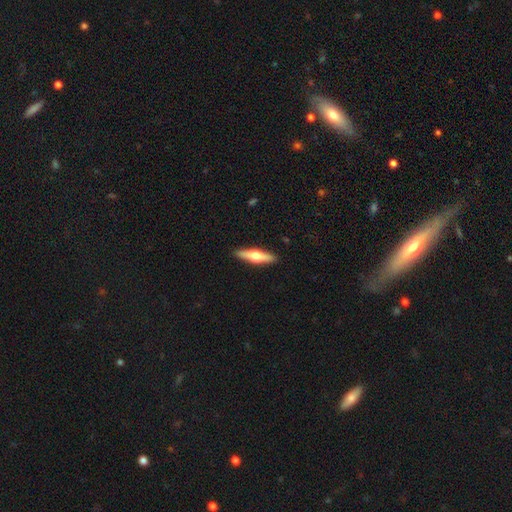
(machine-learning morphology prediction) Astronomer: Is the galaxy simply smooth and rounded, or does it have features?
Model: featured or disk — 54% (runner-up: smooth, 41%).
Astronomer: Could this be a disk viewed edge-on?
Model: yes — 96%.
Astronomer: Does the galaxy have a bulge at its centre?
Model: rounded — 93%.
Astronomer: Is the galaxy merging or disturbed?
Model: none — 91%.